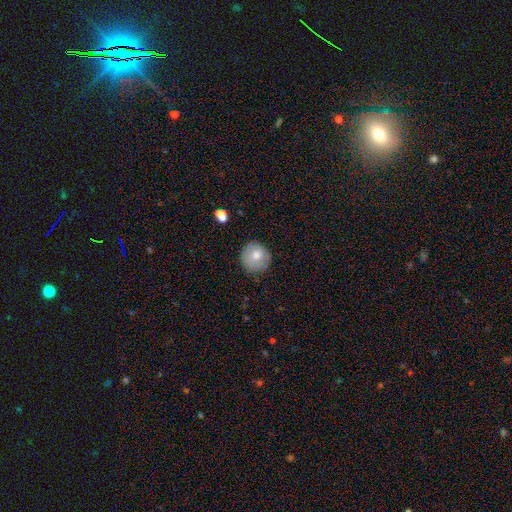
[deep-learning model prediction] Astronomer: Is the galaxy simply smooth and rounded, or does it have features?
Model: smooth — 75%.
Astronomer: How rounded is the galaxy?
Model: round — 90%.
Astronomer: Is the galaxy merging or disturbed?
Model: none — 80%.